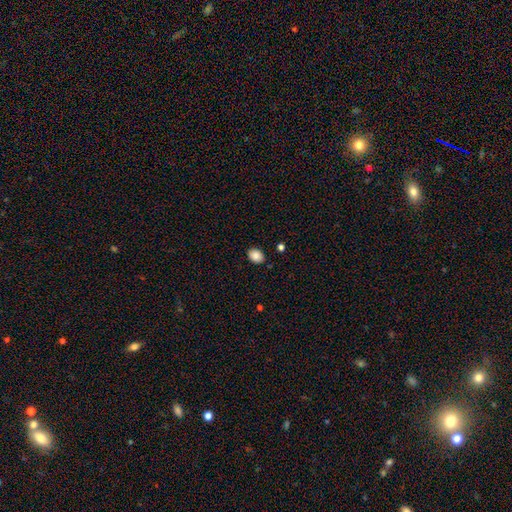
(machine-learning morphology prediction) smooth 86%, star or artifact 8%, featured or disk 5%. Down the decision tree: how rounded — in between (61%); merging — none (88%).